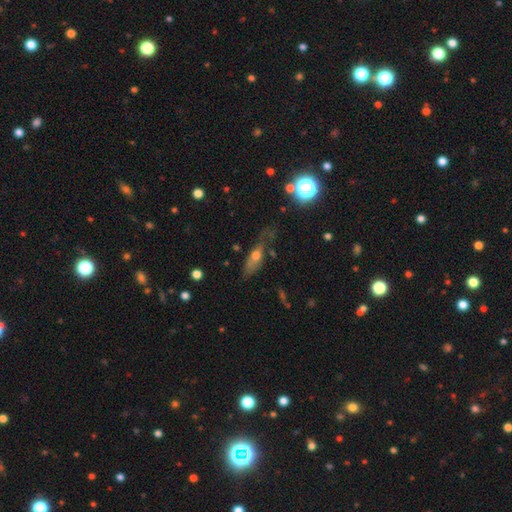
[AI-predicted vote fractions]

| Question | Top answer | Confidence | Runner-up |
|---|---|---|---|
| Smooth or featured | smooth | 53% | featured or disk (36%) |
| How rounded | in between | 57% | cigar-shaped (36%) |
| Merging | none | 35% | minor disturbance (29%) |